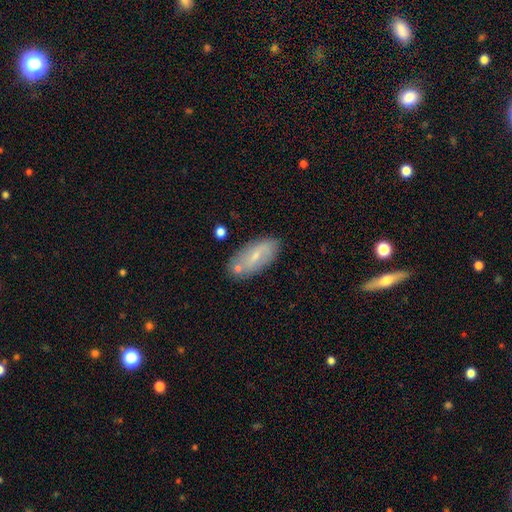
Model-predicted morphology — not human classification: Smooth or featured?
  - smooth: 49% *
  - featured or disk: 43%
  - star or artifact: 7%
Merging?
  - none: 76% *
  - minor disturbance: 14%
  - merger: 7%
  - major disturbance: 3%